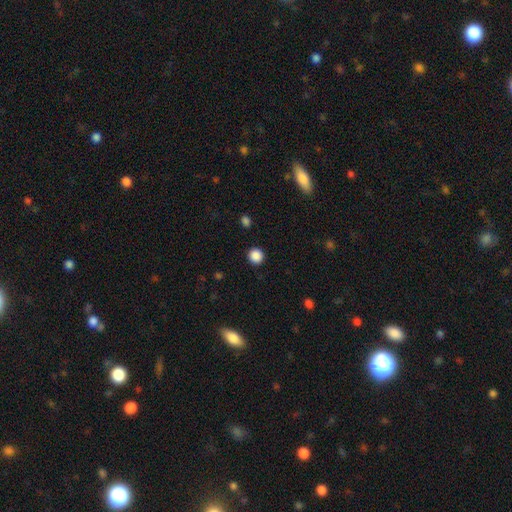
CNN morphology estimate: Smooth or featured? smooth (88%)
How rounded? round (93%)
Merging? none (92%)